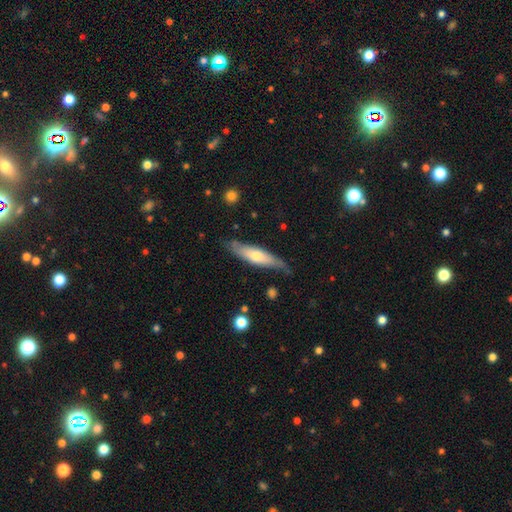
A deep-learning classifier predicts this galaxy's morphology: type=smooth (53%); roundness=cigar-shaped (70%); merging=none (72%).